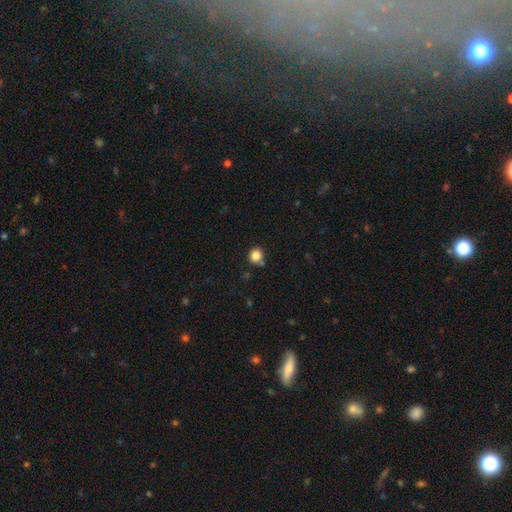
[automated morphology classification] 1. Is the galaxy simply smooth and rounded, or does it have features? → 84% smooth, 11% star or artifact, 5% featured or disk.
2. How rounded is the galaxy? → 89% round, 10% in between, 1% cigar-shaped.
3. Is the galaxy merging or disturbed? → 78% none, 11% minor disturbance, 8% merger, 3% major disturbance.